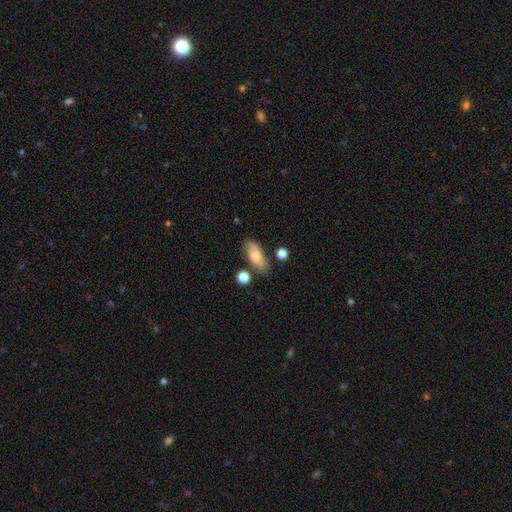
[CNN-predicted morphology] Smooth or featured? Predicted: smooth (p=0.61). How rounded? Predicted: in between (p=0.80). Merging? Predicted: none (p=0.64).